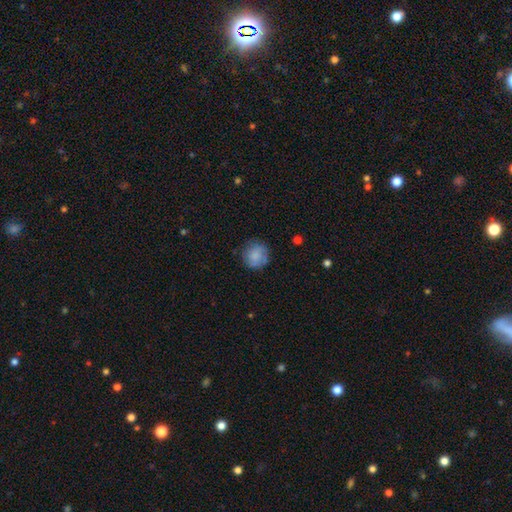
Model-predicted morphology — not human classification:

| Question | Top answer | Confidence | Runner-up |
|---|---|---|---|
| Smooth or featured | smooth | 78% | featured or disk (14%) |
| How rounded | round | 89% | in between (10%) |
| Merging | none | 77% | minor disturbance (16%) |